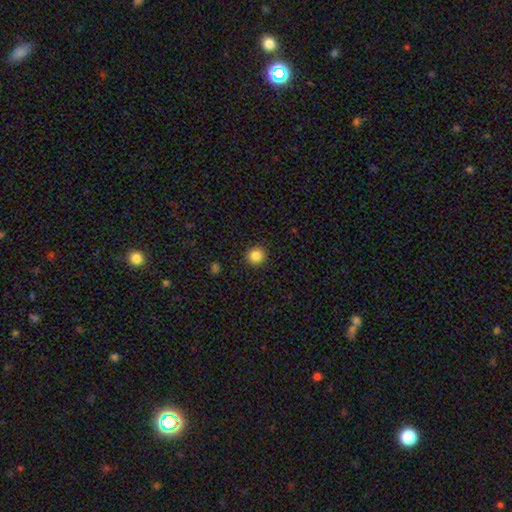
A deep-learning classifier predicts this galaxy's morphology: This is clearly a smooth galaxy (86%). How rounded: clearly round (92%). Merging: clearly none (92%).